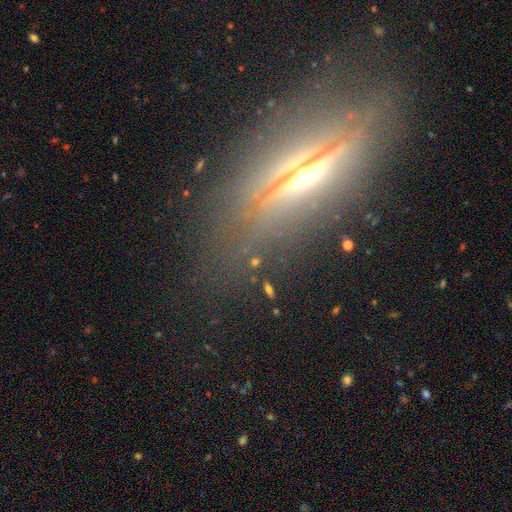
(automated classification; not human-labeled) smooth_or_featured: featured or disk (p=0.71) [alt: smooth p=0.16]
disk_edge_on: yes (p=0.84) [alt: no p=0.16]
edge_on_bulge: rounded (p=0.84) [alt: boxy p=0.08]
merging: none (p=0.76) [alt: minor disturbance p=0.14]